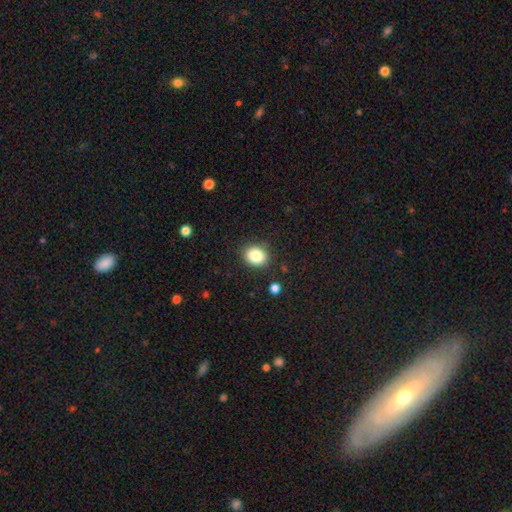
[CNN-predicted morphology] This is clearly a smooth galaxy (84%). How rounded: possibly round (58%). Merging: clearly none (87%).